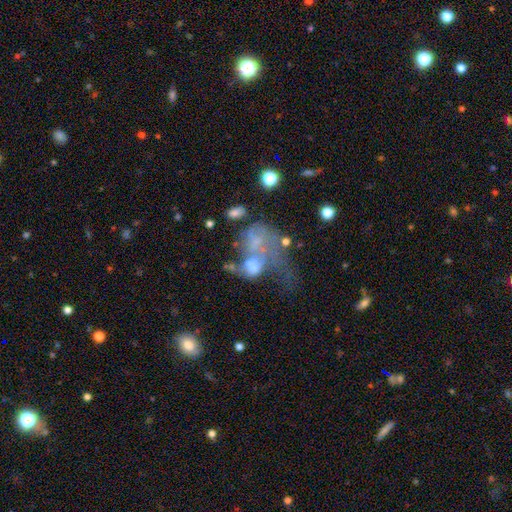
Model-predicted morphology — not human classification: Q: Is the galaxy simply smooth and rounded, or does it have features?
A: featured or disk — 53%.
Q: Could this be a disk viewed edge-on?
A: no — 96%.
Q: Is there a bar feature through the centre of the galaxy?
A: no — 84%.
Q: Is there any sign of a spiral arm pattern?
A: no — 61%.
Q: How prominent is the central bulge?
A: none — 37%.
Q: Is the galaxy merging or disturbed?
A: major disturbance — 37%.